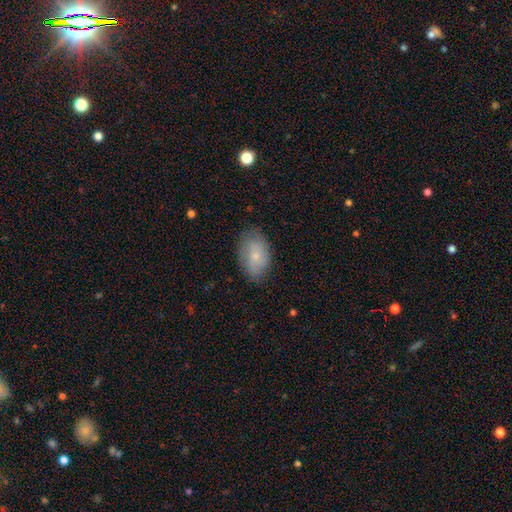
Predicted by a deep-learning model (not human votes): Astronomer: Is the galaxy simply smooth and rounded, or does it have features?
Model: smooth — 72%.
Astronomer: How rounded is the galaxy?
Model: in between — 91%.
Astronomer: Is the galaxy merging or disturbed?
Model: none — 77%.